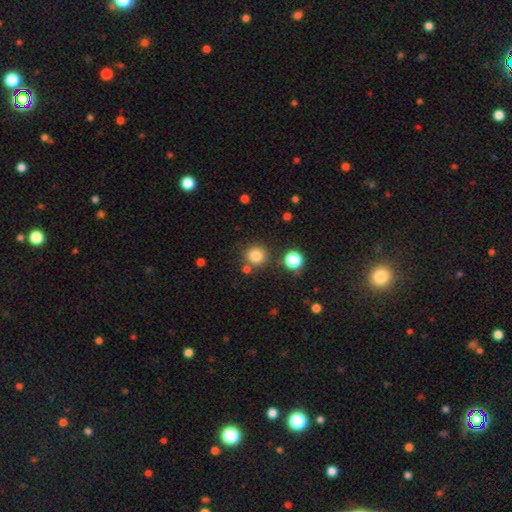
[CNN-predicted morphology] Overall: smooth (82%). How rounded: round (92%). Merging: none (81%).